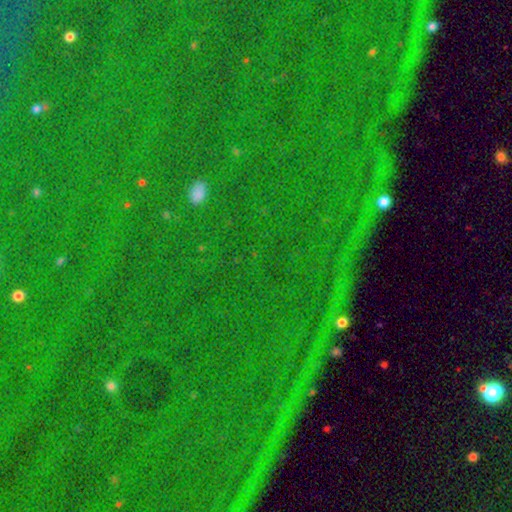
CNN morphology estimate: A star or artifact, not a galaxy (83%).